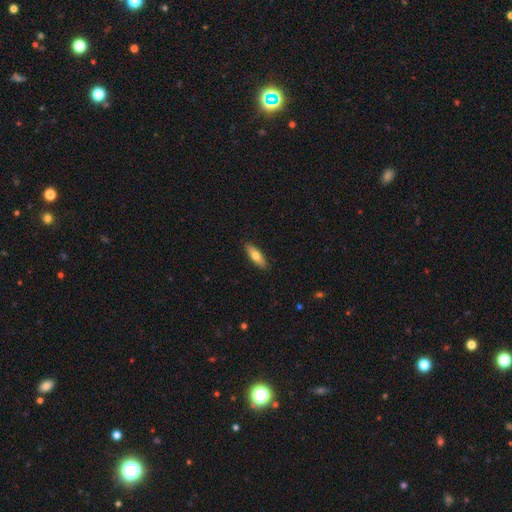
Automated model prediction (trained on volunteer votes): Morphology: type=smooth (66%); roundness=in between (51%); merging=none (90%).